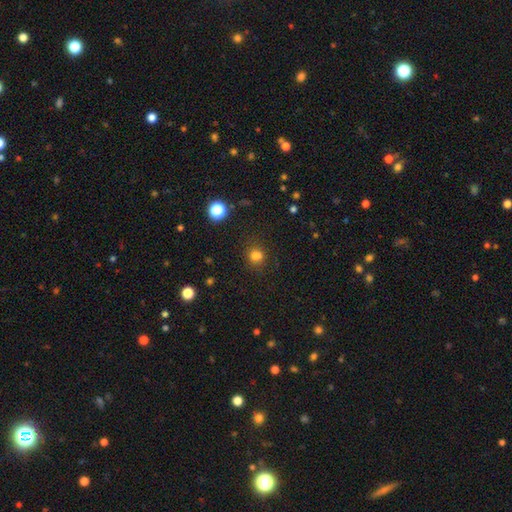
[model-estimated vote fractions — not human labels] The model was most divided on "how rounded": round: 75%, in between: 24%, cigar-shaped: 1%. More confident: smooth or featured — smooth (74%); merging — none (67%).